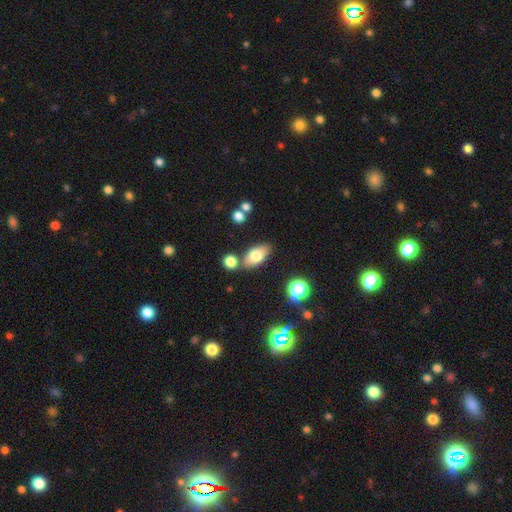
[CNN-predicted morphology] This appears to be a smooth galaxy with no disk features (74%) that is in between round and cigar-shaped (87%). Merging: none (71%).